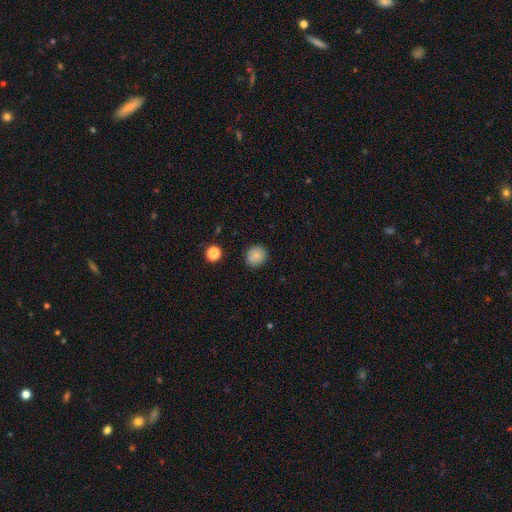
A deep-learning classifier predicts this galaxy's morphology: This appears to be a smooth galaxy with no disk features (85%) that is round (85%). Merging: none (89%).